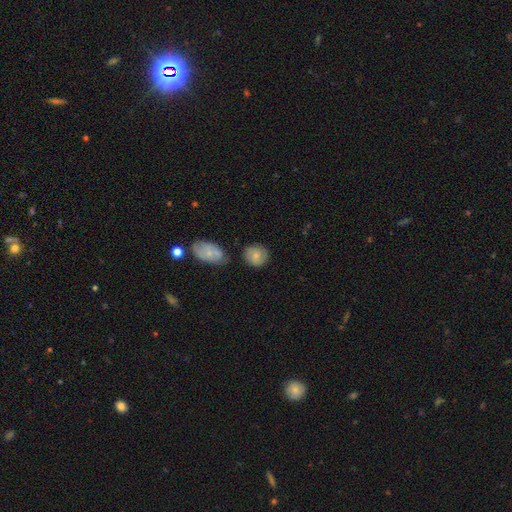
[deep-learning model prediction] Smooth or featured? smooth (73%)
How rounded? round (82%)
Merging? none (70%)